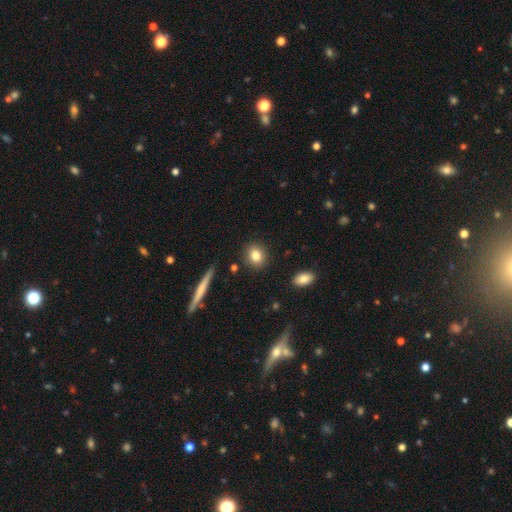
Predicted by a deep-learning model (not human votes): smooth-or-featured: smooth: 82% | featured or disk: 9% | star or artifact: 9%
  how-rounded: round: 71% | in between: 27% | cigar-shaped: 2%
  merging: none: 88% | minor disturbance: 7% | merger: 2% | major disturbance: 2%